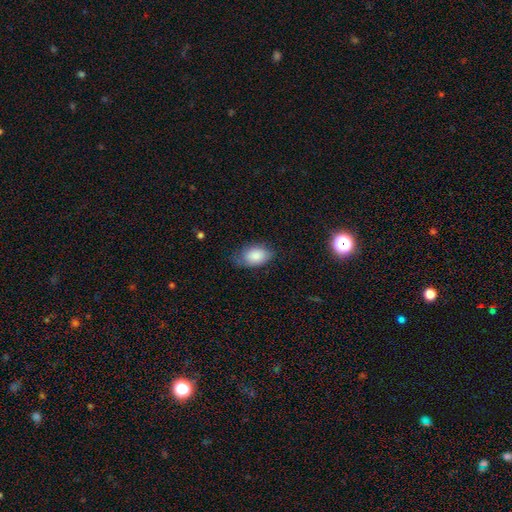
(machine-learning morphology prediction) smooth_or_featured: smooth (p=0.84) [alt: featured or disk p=0.09]
how_rounded: in between (p=0.88) [alt: round p=0.10]
merging: none (p=0.63) [alt: minor disturbance p=0.29]